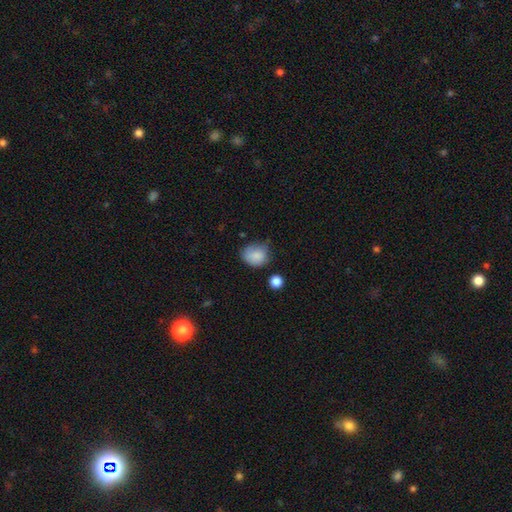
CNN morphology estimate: This appears to be a smooth galaxy with no disk features (85%) that is round (62%). Merging: none (58%).